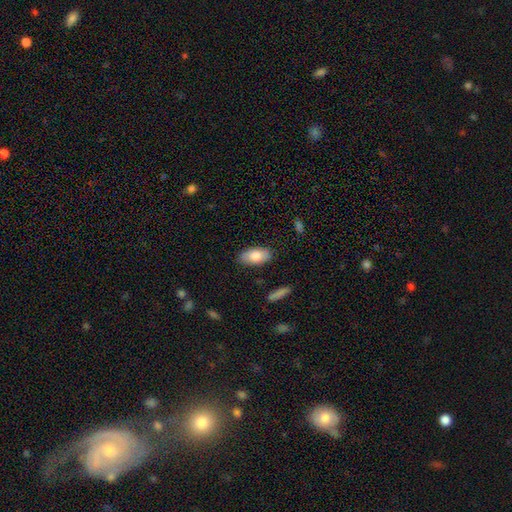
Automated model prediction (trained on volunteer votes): Smooth or featured: smooth — 80% (featured or disk — 14%)
How rounded: in between — 93% (cigar-shaped — 4%)
Merging: none — 85% (minor disturbance — 11%)